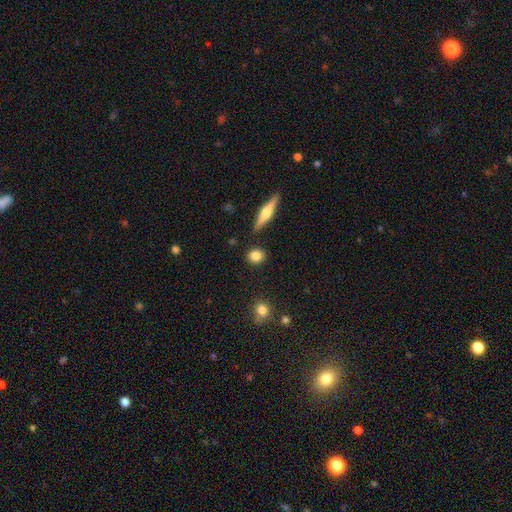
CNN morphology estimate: Q: Smooth or featured?
A: smooth (82%); runner-up: featured or disk (10%)
Q: How rounded?
A: round (80%); runner-up: in between (17%)
Q: Merging?
A: none (88%); runner-up: minor disturbance (7%)